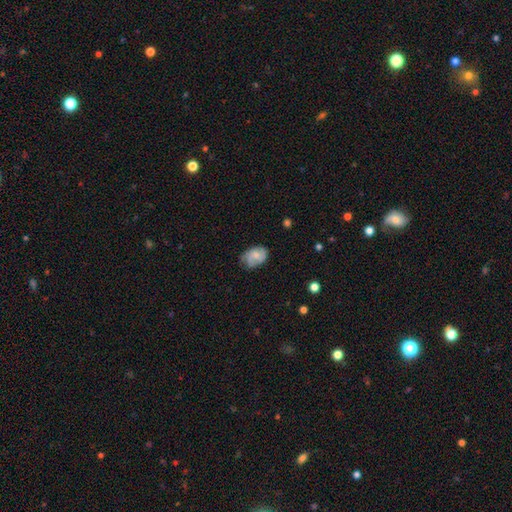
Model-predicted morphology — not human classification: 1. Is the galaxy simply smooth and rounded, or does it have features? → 47% featured or disk, 45% smooth, 8% star or artifact.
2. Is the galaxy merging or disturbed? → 60% none, 29% minor disturbance, 10% major disturbance, 2% merger.